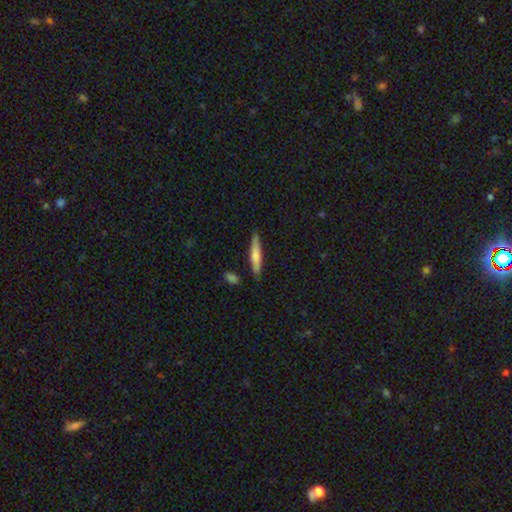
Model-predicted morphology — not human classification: Q: Smooth or featured?
A: smooth (63%); runner-up: featured or disk (32%)
Q: How rounded?
A: cigar-shaped (89%); runner-up: in between (10%)
Q: Merging?
A: none (85%); runner-up: minor disturbance (11%)